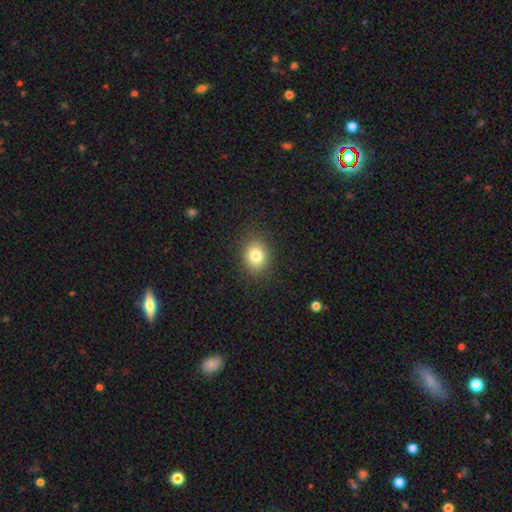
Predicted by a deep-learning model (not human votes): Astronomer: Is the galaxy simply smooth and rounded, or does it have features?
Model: smooth — 80%.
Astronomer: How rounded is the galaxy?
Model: round — 53% (runner-up: in between, 46%).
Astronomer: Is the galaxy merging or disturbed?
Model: none — 88%.